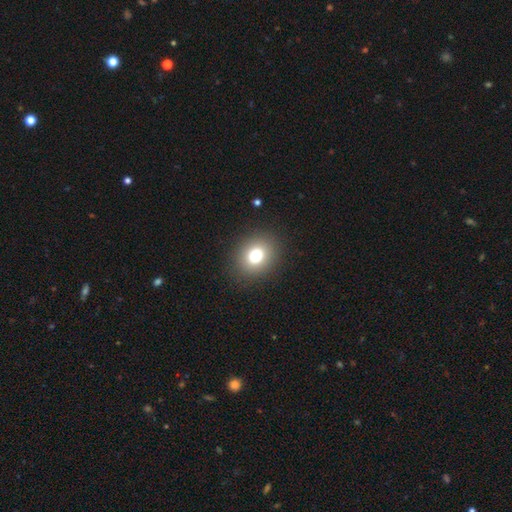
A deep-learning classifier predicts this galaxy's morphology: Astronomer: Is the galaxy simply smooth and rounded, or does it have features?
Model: smooth — 78%.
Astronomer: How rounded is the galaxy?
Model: round — 59% (runner-up: in between, 41%).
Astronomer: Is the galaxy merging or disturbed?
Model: none — 89%.